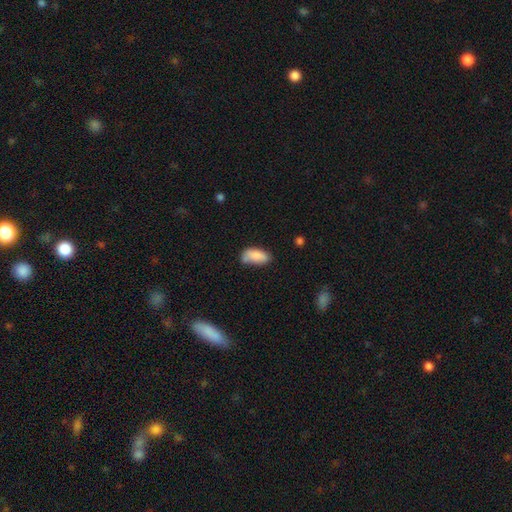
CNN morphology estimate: smooth_or_featured: smooth (p=0.84) [alt: featured or disk p=0.08]
how_rounded: in between (p=0.91) [alt: cigar-shaped p=0.07]
merging: none (p=0.55) [alt: minor disturbance p=0.31]